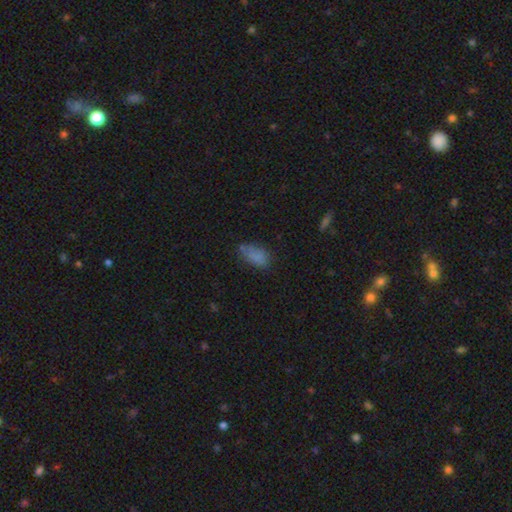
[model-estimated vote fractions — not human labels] Q: Smooth or featured?
A: smooth (78%); runner-up: star or artifact (12%)
Q: How rounded?
A: in between (88%); runner-up: cigar-shaped (7%)
Q: Merging?
A: none (56%); runner-up: minor disturbance (28%)